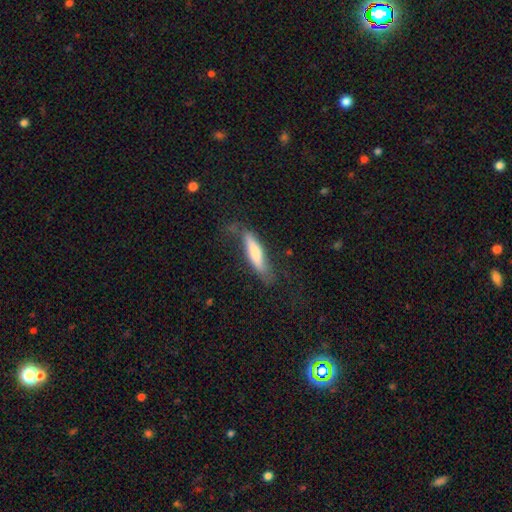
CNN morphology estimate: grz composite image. It shows a smooth galaxy with no disk features (63%) that is cigar-shaped (76%). Merging: none (58%).